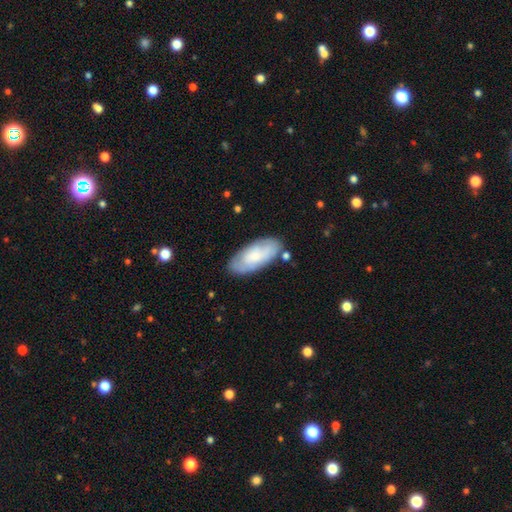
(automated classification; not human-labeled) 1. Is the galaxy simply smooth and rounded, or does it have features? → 64% smooth, 30% featured or disk, 6% star or artifact.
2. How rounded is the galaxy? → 88% in between, 10% cigar-shaped, 2% round.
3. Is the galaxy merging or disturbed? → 78% none, 15% minor disturbance, 4% major disturbance, 3% merger.